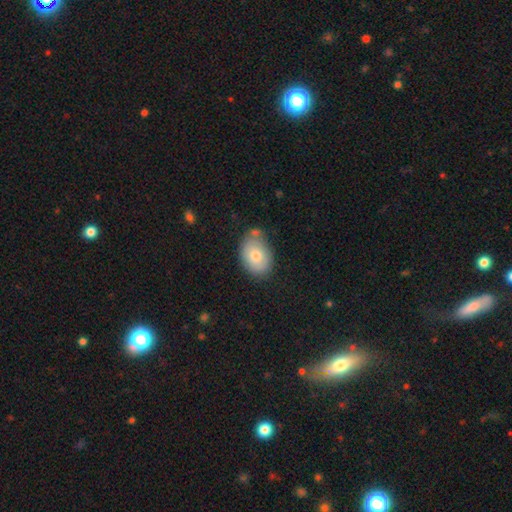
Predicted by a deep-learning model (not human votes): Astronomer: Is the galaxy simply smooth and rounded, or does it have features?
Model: smooth — 75%.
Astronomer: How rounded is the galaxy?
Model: in between — 75%.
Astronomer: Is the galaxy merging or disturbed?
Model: none — 65%.